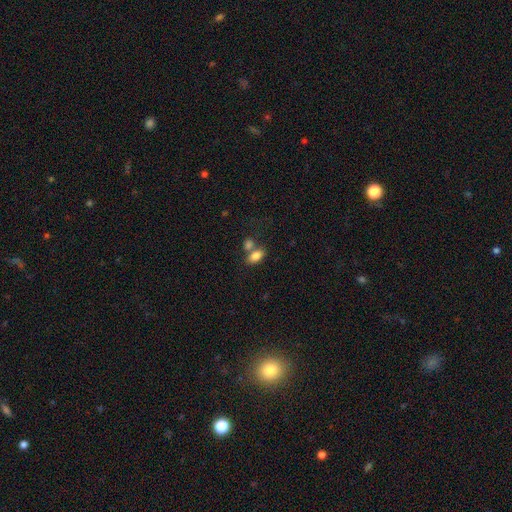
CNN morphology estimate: Overall: smooth (82%). How rounded: in between (88%). Merging: none (46%; merger 38%).